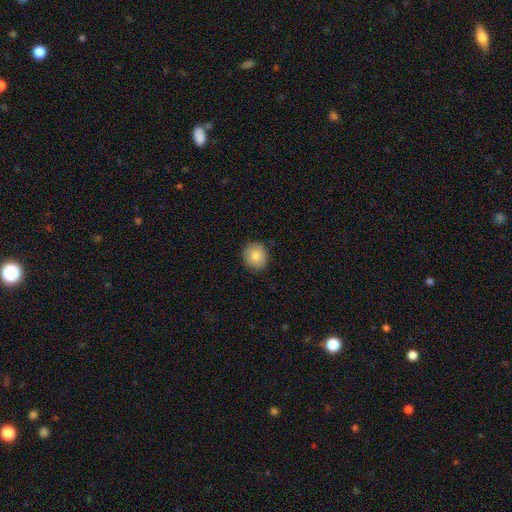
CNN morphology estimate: Smooth or featured: smooth — 83% (featured or disk — 9%)
How rounded: round — 87% (in between — 12%)
Merging: none — 89% (minor disturbance — 8%)